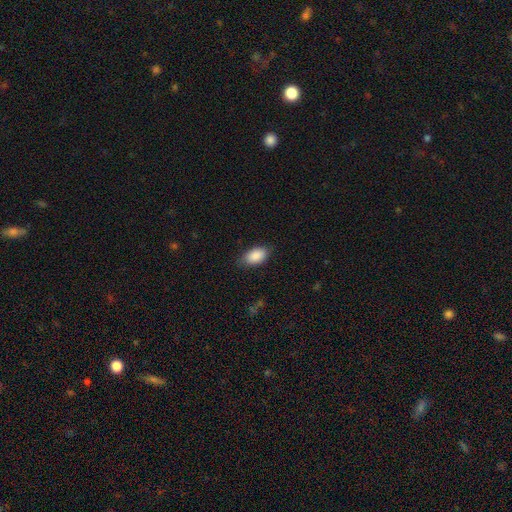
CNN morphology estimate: A smooth galaxy with no disk features (89%) that is in between round and cigar-shaped (93%).

Vote fractions:
- Smooth or featured? smooth: 89% / star or artifact: 6% / featured or disk: 5%
- How rounded? in between: 93% / round: 5% / cigar-shaped: 2%
- Merging? none: 80% / minor disturbance: 16% / major disturbance: 3% / merger: 1%